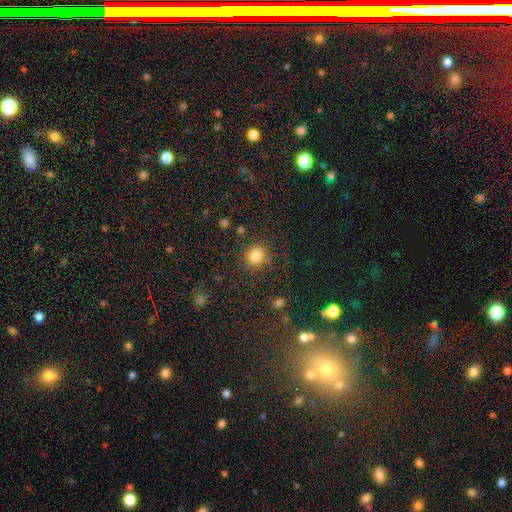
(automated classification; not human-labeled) Q: Smooth or featured?
A: smooth (82%); runner-up: star or artifact (13%)
Q: How rounded?
A: round (87%); runner-up: in between (12%)
Q: Merging?
A: none (81%); runner-up: minor disturbance (10%)